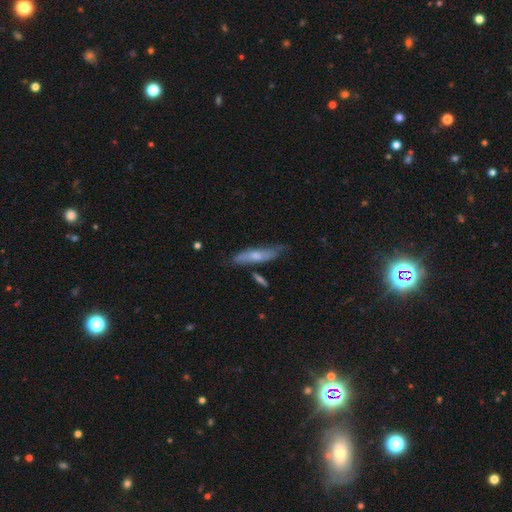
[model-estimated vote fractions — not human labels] Smooth or featured? Predicted: smooth (p=0.48). Merging? Predicted: none (p=0.67).